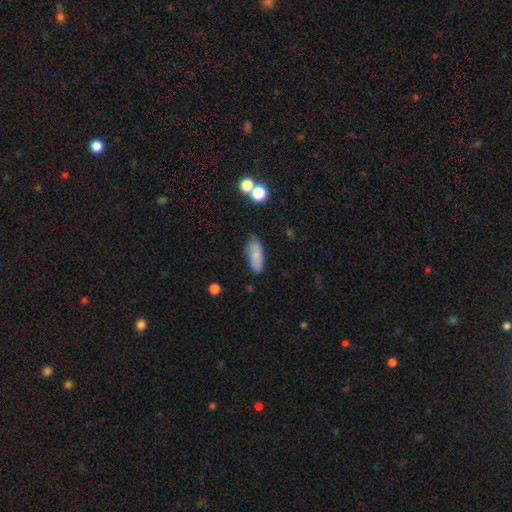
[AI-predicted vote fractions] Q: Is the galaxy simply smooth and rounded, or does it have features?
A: smooth — 83%.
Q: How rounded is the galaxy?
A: in between — 70%.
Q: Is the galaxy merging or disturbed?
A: none — 76%.